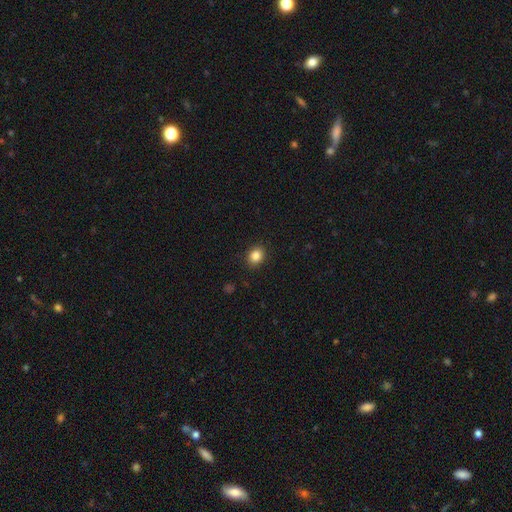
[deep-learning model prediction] Smooth or featured: smooth — 86% (star or artifact — 10%)
How rounded: round — 55% (in between — 44%)
Merging: none — 90% (minor disturbance — 7%)